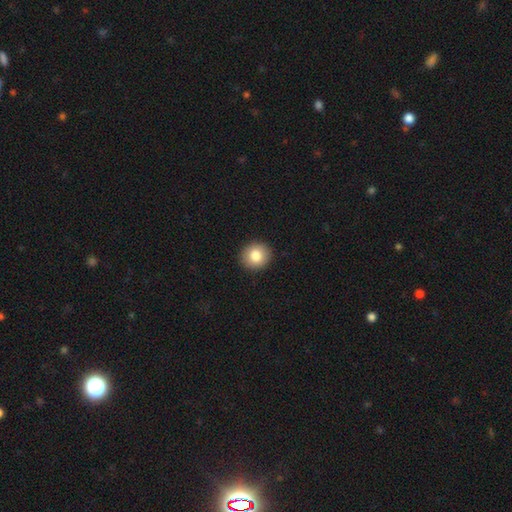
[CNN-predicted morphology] Smooth or featured: smooth — 83% (star or artifact — 9%)
How rounded: round — 87% (in between — 12%)
Merging: none — 92% (minor disturbance — 5%)